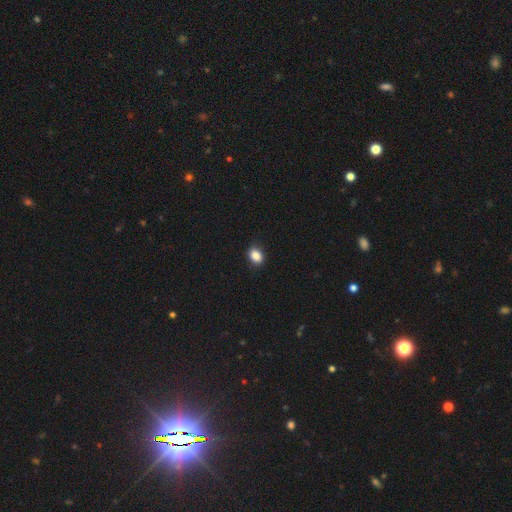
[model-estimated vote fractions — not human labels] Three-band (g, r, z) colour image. It shows a smooth galaxy with no disk features (88%) that is in between round and cigar-shaped (70%). Merging: none (85%).